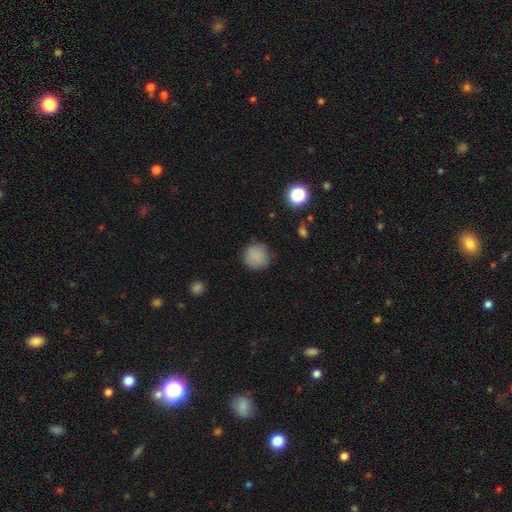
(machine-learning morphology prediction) smooth_or_featured: smooth (p=0.84) [alt: star or artifact p=0.11]
how_rounded: round (p=0.93) [alt: in between p=0.06]
merging: none (p=0.83) [alt: minor disturbance p=0.12]